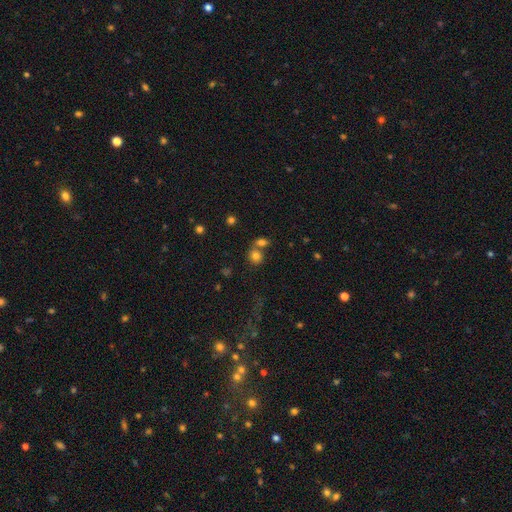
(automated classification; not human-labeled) Overall: smooth (78%). How rounded: round (72%). Merging: none (48%; merger 41%).